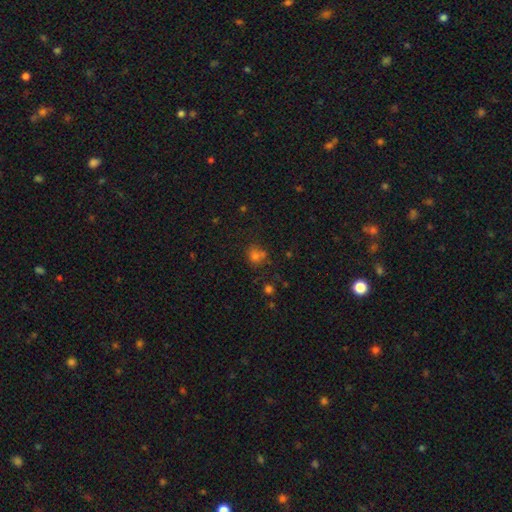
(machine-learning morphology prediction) This appears to be a smooth galaxy with no disk features (67%) that is round (78%). Merging: none (59%).